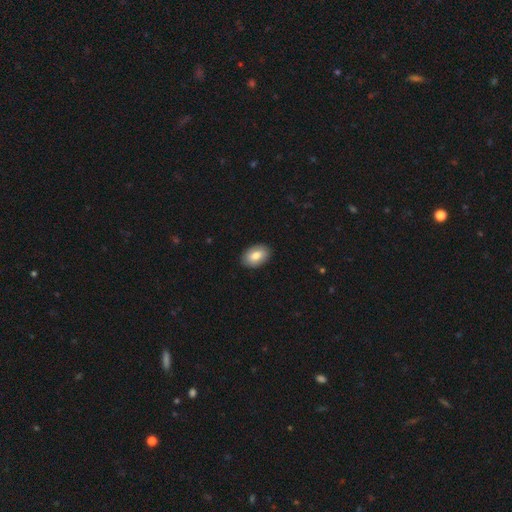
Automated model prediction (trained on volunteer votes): smooth-or-featured: smooth: 81% | featured or disk: 12% | star or artifact: 7%
  how-rounded: in between: 89% | round: 10% | cigar-shaped: 1%
  merging: none: 89% | minor disturbance: 8% | major disturbance: 2% | merger: 1%